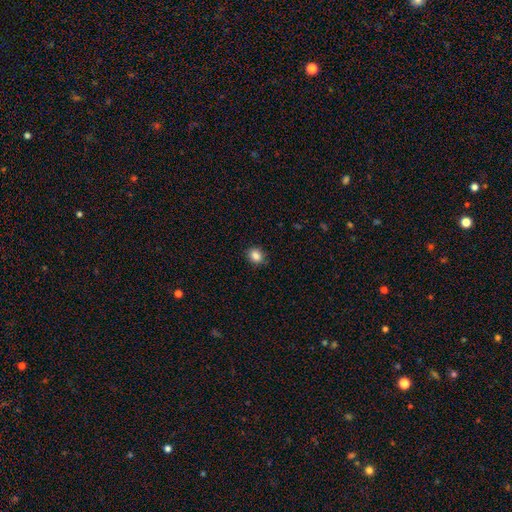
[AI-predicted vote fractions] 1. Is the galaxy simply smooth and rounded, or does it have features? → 86% smooth, 10% star or artifact, 4% featured or disk.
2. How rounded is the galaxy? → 63% round, 36% in between, 1% cigar-shaped.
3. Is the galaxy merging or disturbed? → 85% none, 12% minor disturbance, 2% major disturbance, 1% merger.